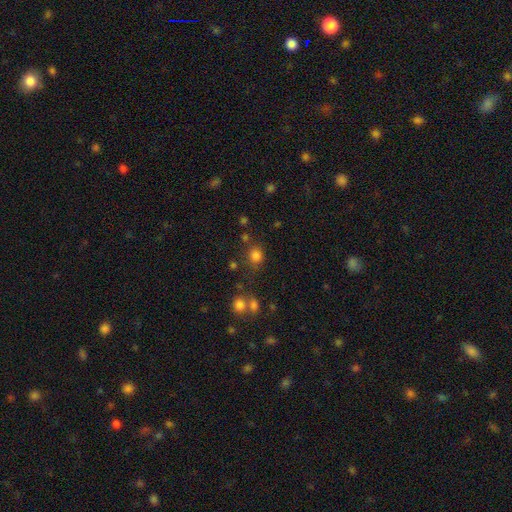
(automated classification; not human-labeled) Smooth or featured? Predicted: smooth (p=0.79). How rounded? Predicted: round (p=0.79). Merging? Predicted: none (p=0.70).